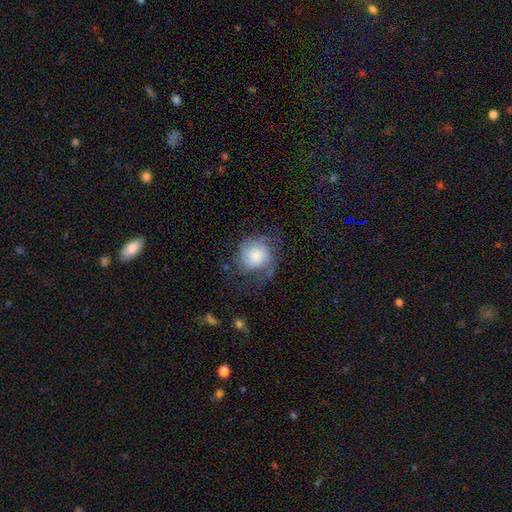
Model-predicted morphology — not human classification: smooth-or-featured: featured or disk: 50% | smooth: 42% | star or artifact: 8%
  merging: none: 54% | minor disturbance: 24% | major disturbance: 20% | merger: 2%